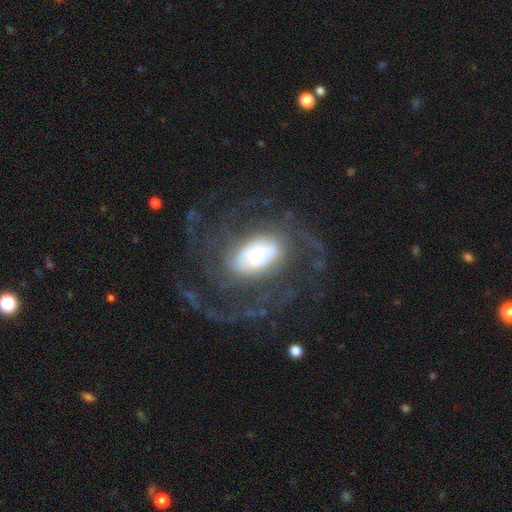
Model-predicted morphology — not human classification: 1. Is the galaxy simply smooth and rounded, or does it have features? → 84% featured or disk, 9% smooth, 7% star or artifact.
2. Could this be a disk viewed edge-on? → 97% no, 3% yes.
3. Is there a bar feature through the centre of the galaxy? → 53% no, 31% weak, 16% strong.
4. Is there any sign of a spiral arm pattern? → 93% yes, 7% no.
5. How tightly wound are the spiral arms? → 45% medium, 35% tight, 20% loose.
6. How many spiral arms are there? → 35% 2, 23% can't tell, 18% 3, 9% 4, 8% 1, 7% more than 4.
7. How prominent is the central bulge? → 37% large, 30% moderate, 23% small, 8% dominant, 2% none.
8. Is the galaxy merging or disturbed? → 64% none, 21% major disturbance, 14% minor disturbance, 2% merger.